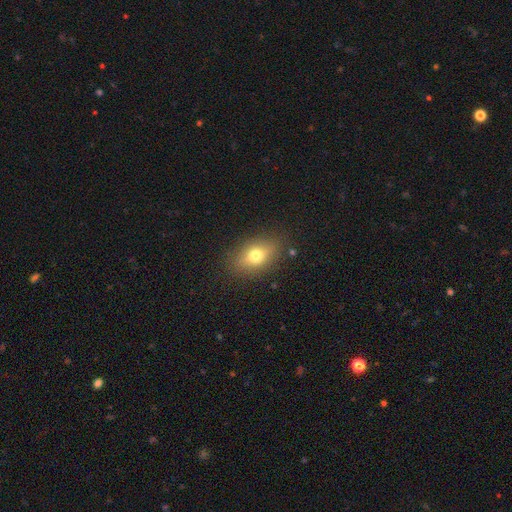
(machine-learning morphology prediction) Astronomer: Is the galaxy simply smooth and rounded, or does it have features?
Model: smooth — 71%.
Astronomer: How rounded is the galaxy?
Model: in between — 78%.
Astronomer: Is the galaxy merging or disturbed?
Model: none — 84%.